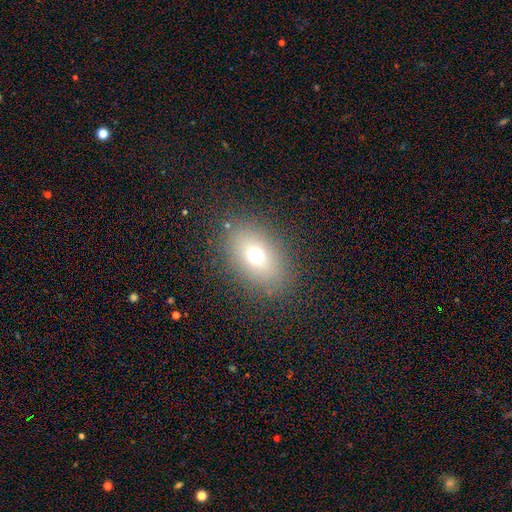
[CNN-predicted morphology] smooth 67%, star or artifact 17%, featured or disk 16%. Down the decision tree: how rounded — in between (73%); merging — none (83%).